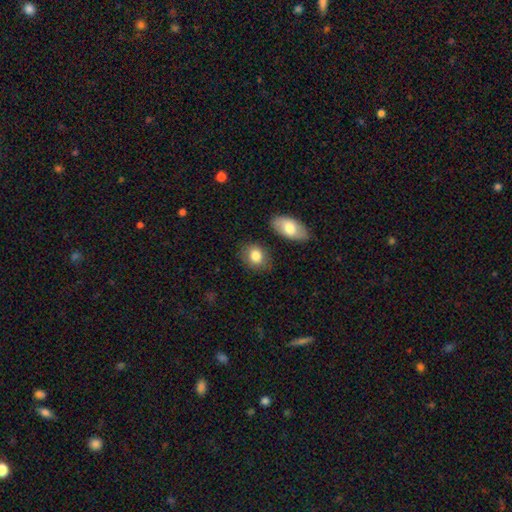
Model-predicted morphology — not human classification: smooth-or-featured: smooth: 83% | featured or disk: 10% | star or artifact: 7%
  how-rounded: in between: 65% | round: 34% | cigar-shaped: 1%
  merging: none: 78% | minor disturbance: 13% | merger: 5% | major disturbance: 3%